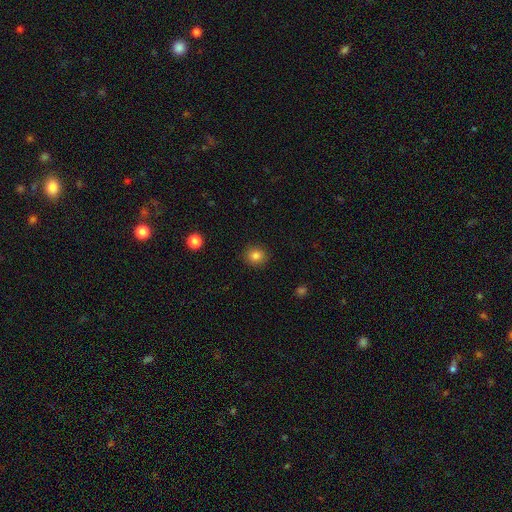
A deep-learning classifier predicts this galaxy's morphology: Q: Smooth or featured?
A: smooth (83%); runner-up: star or artifact (12%)
Q: How rounded?
A: round (84%); runner-up: in between (15%)
Q: Merging?
A: none (90%); runner-up: minor disturbance (7%)